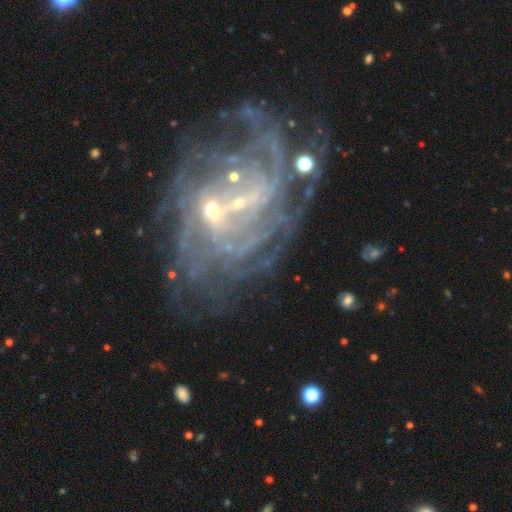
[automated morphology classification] smooth-or-featured: featured or disk: 84% | star or artifact: 11% | smooth: 5%
  disk-edge-on: no: 97% | yes: 3%
    bar: weak: 45% | no: 36% | strong: 19%
    has-spiral-arms: yes: 92% | no: 8%
      spiral-winding: tight: 52% | medium: 34% | loose: 14%
      spiral-arm-count: can't tell: 31% | more than 4: 24% | 4: 17% | 3: 11% | 2: 10% | 1: 7%
    bulge-size: small: 71% | moderate: 16% | none: 11% | large: 2% | dominant: 1%
  merging: none: 47% | major disturbance: 21% | minor disturbance: 16% | merger: 16%